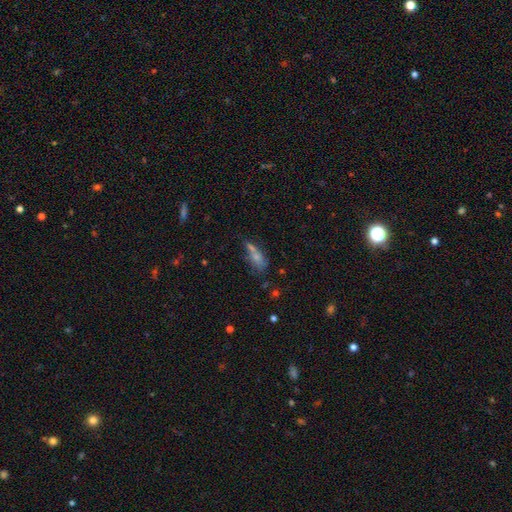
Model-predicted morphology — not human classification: Smooth or featured?
  - smooth: 61% *
  - featured or disk: 25%
  - star or artifact: 15%
How rounded?
  - in between: 59% *
  - cigar-shaped: 34%
  - round: 6%
Merging?
  - none: 40% *
  - merger: 26%
  - minor disturbance: 21%
  - major disturbance: 13%